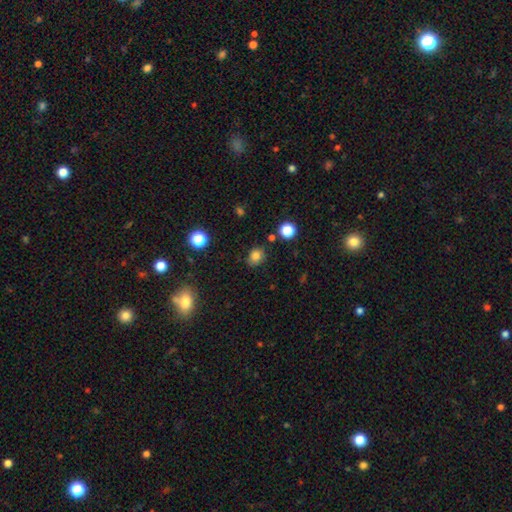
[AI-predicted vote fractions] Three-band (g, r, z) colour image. It shows a smooth galaxy with no disk features (81%) that is round (59%). Merging: none (78%).